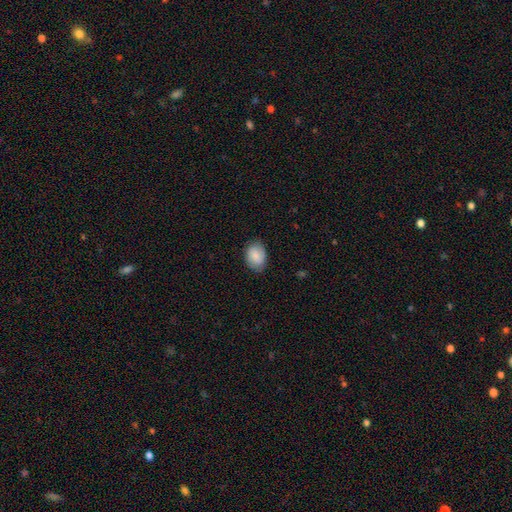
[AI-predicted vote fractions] Q: Smooth or featured?
A: smooth (84%); runner-up: featured or disk (10%)
Q: How rounded?
A: in between (82%); runner-up: round (17%)
Q: Merging?
A: none (76%); runner-up: minor disturbance (19%)